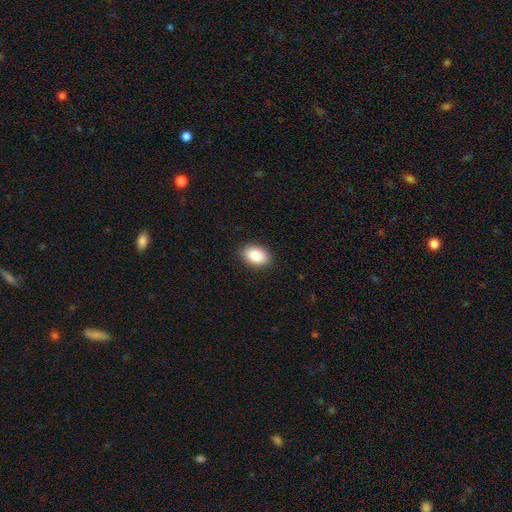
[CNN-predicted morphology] Smooth or featured?
  - smooth: 89% *
  - star or artifact: 7%
  - featured or disk: 4%
How rounded?
  - in between: 91% *
  - round: 8%
  - cigar-shaped: 1%
Merging?
  - none: 89% *
  - minor disturbance: 8%
  - major disturbance: 2%
  - merger: 1%